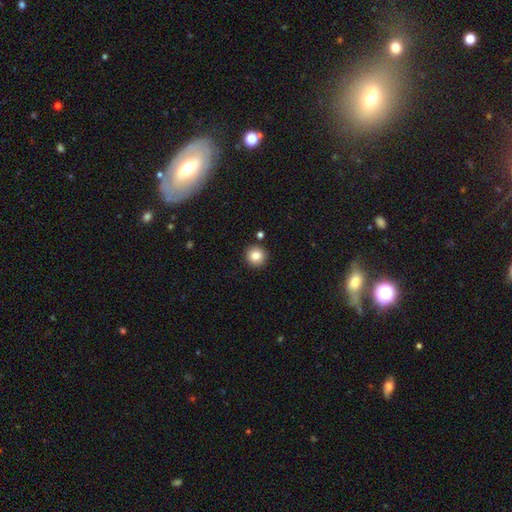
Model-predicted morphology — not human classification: type=smooth (84%); roundness=round (94%); merging=none (89%).